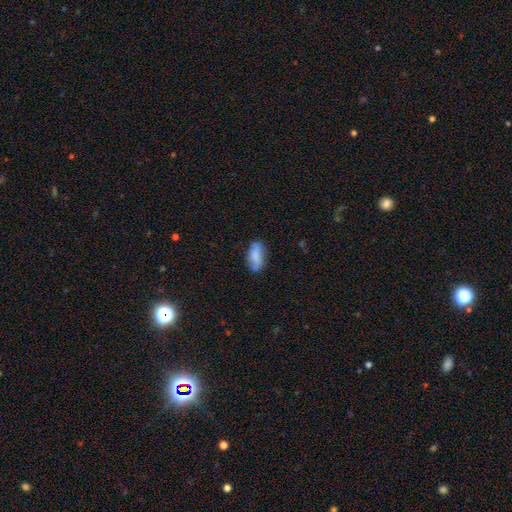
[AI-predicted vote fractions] This is likely a smooth galaxy (72%). How rounded: clearly in between (87%). Merging: likely none (70%).